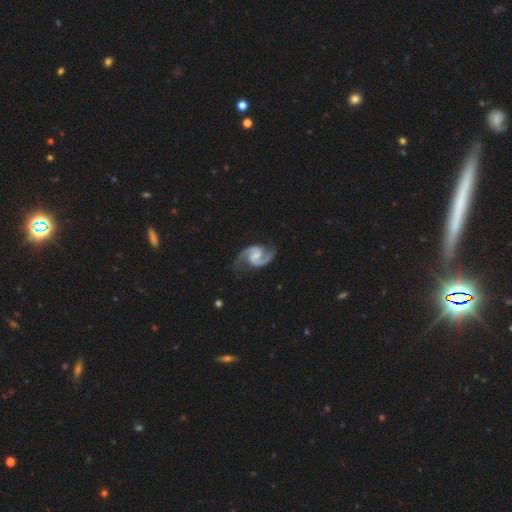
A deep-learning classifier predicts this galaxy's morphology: This appears to be a featured or disk galaxy (93%) with a weak bar (51%), 2 (94%) medium (62%) spiral arms (98%) and a small central bulge (42%). Merging: none (79%).